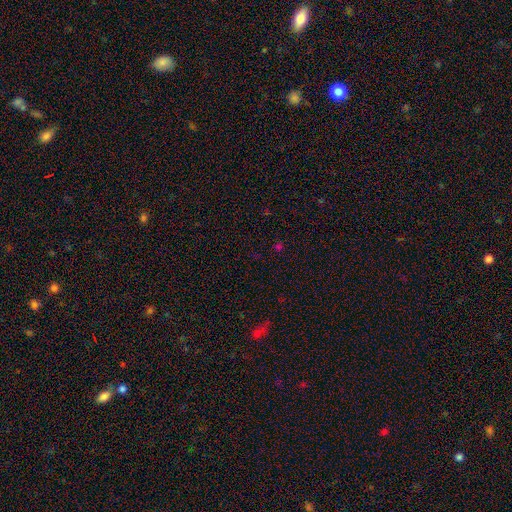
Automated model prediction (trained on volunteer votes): This appears to be a star or artifact, not a galaxy (60%).